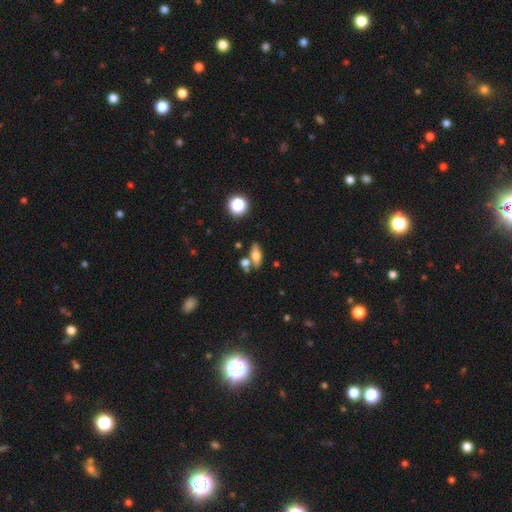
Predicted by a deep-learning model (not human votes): Smooth or featured?
  - smooth: 65% *
  - featured or disk: 24%
  - star or artifact: 11%
How rounded?
  - in between: 68% *
  - cigar-shaped: 24%
  - round: 8%
Merging?
  - none: 65% *
  - merger: 18%
  - minor disturbance: 13%
  - major disturbance: 5%